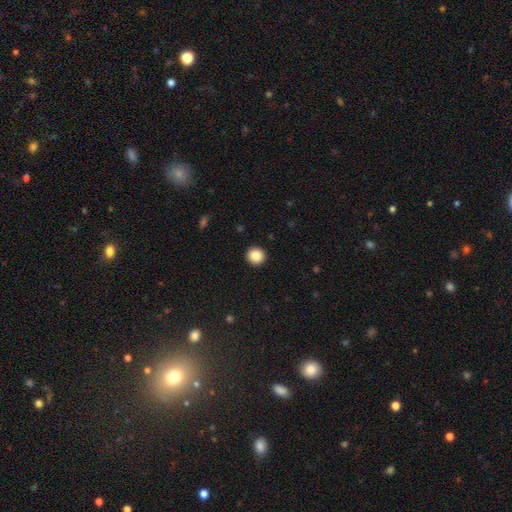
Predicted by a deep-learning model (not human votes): Smooth or featured: smooth — 85% (star or artifact — 10%)
How rounded: round — 94% (in between — 5%)
Merging: none — 94% (minor disturbance — 4%)